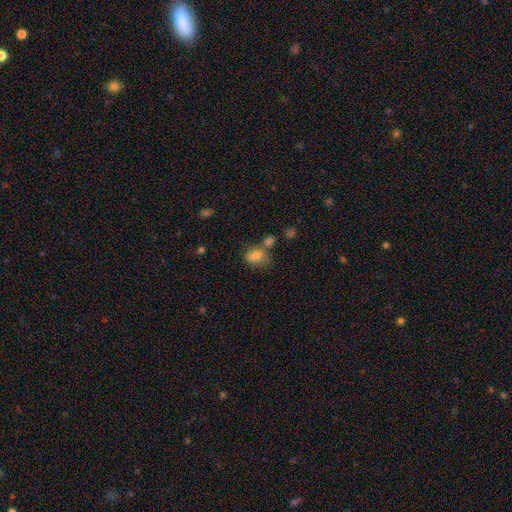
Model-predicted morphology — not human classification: Smooth or featured? smooth (77%)
How rounded? in between (64%)
Merging? none (52%)